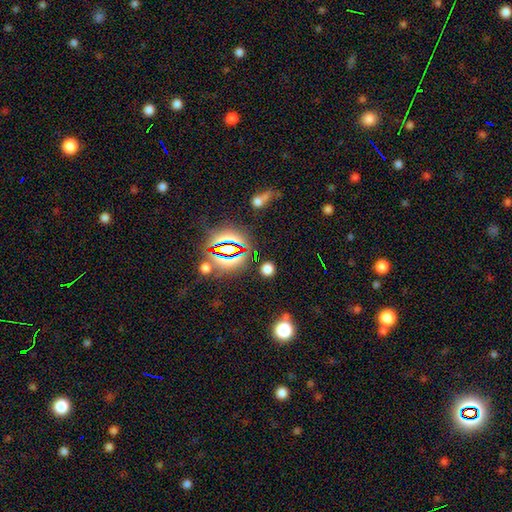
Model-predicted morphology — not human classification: A smooth galaxy with no disk features (47%). Merging: none (81%).